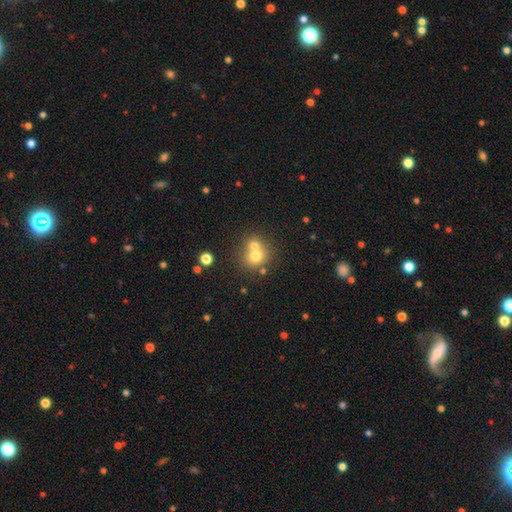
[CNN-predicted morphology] Smooth or featured? smooth (70%)
How rounded? round (81%)
Merging? merger (54%)